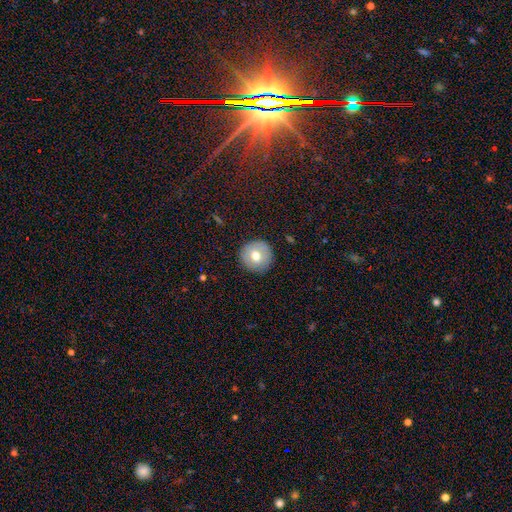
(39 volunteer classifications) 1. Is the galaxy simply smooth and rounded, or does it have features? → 56% smooth, 31% featured or disk, 13% star or artifact.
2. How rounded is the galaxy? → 100% round, 0% in between, 0% cigar-shaped.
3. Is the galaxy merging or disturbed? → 79% none, 15% minor disturbance, 6% major disturbance, 0% merger.